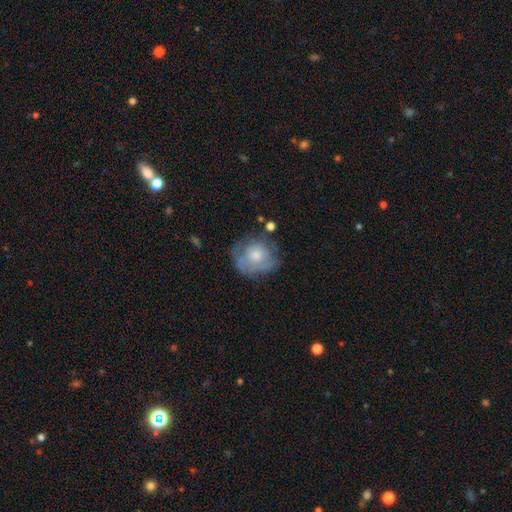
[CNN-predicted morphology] Smooth or featured? smooth (53%)
How rounded? round (81%)
Merging? none (54%)